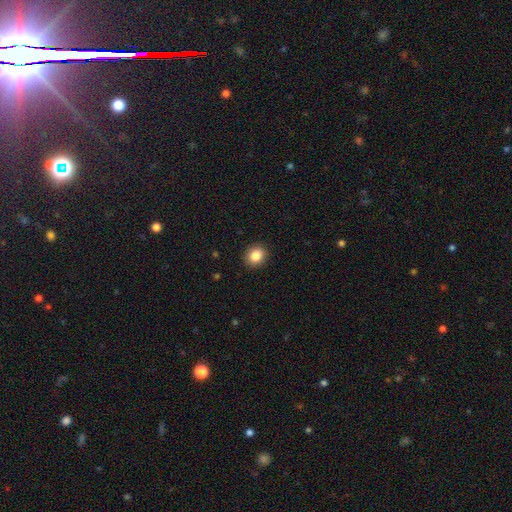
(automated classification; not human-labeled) This appears to be a smooth galaxy with no disk features (86%) that is round (69%). Merging: none (91%).